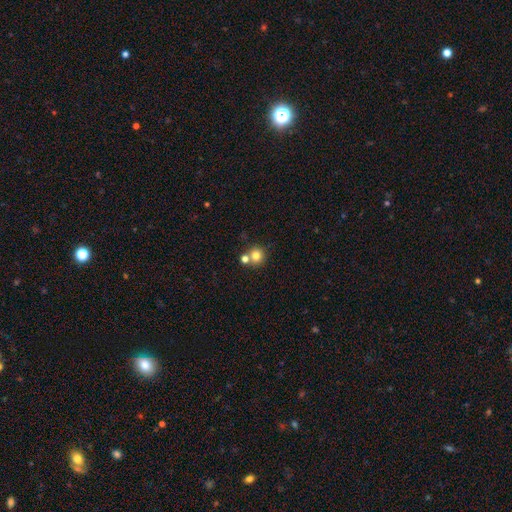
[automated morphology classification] Smooth or featured? Predicted: smooth (p=0.78). How rounded? Predicted: round (p=0.90). Merging? Predicted: none (p=0.59).